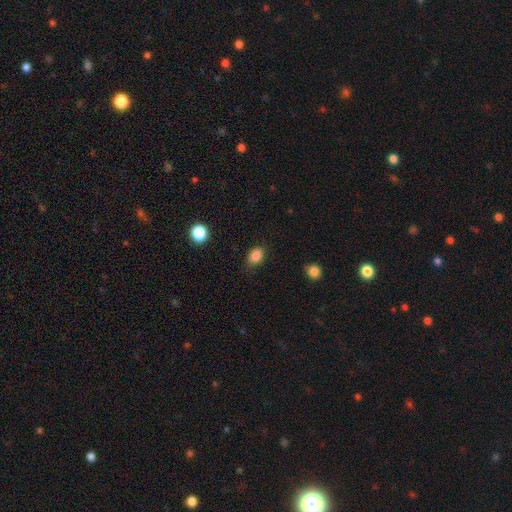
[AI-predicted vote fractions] smooth-or-featured: smooth: 85% | star or artifact: 10% | featured or disk: 5%
  how-rounded: in between: 72% | round: 27% | cigar-shaped: 1%
  merging: none: 77% | minor disturbance: 18% | major disturbance: 4% | merger: 1%